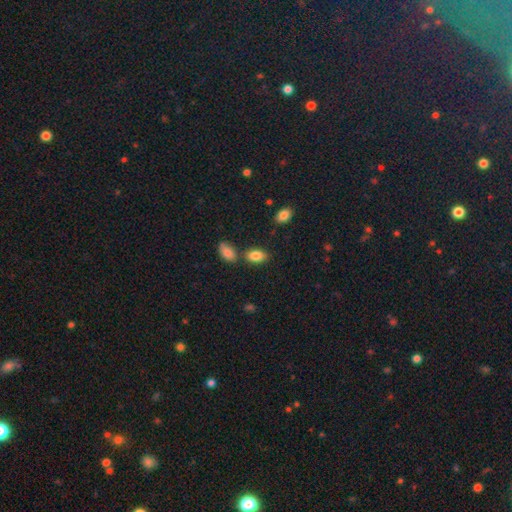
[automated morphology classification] Smooth or featured? smooth (85%)
How rounded? in between (91%)
Merging? none (72%)